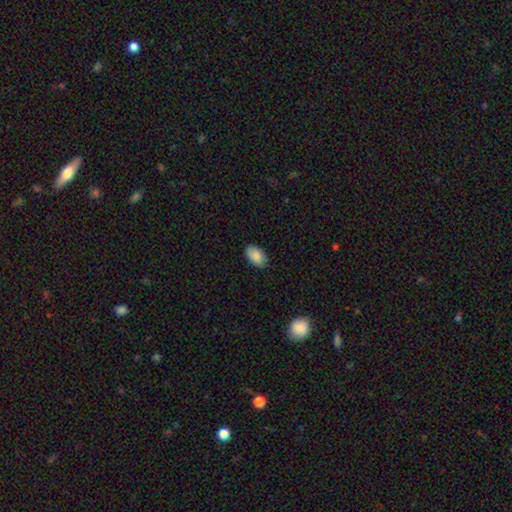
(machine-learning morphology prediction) Q: Smooth or featured?
A: smooth (88%); runner-up: star or artifact (7%)
Q: How rounded?
A: in between (93%); runner-up: round (6%)
Q: Merging?
A: none (86%); runner-up: minor disturbance (11%)